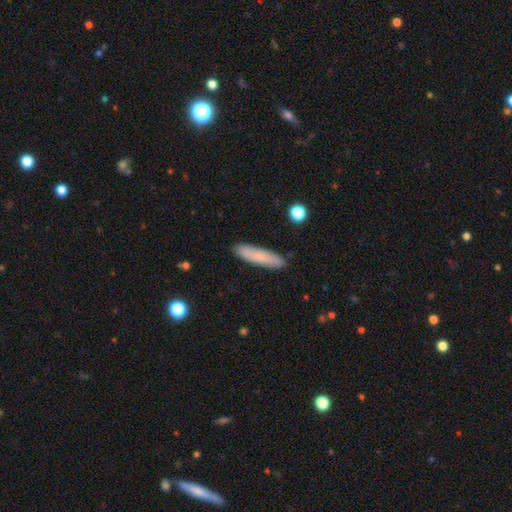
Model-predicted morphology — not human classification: Smooth or featured? smooth (76%)
How rounded? cigar-shaped (85%)
Merging? none (88%)